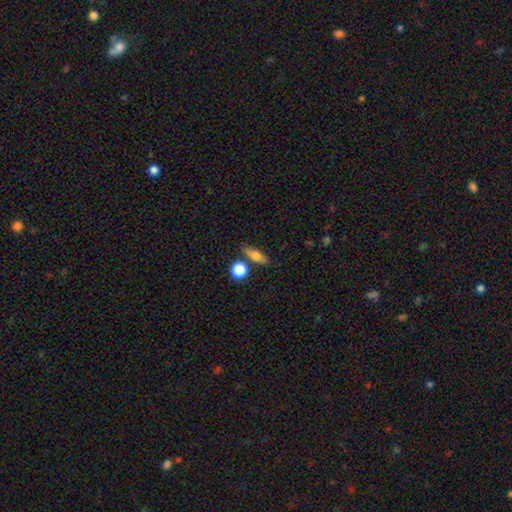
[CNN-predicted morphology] Overall: smooth (63%; featured or disk 28%). How rounded: in between (49%; cigar-shaped 35%). Merging: none (73%).